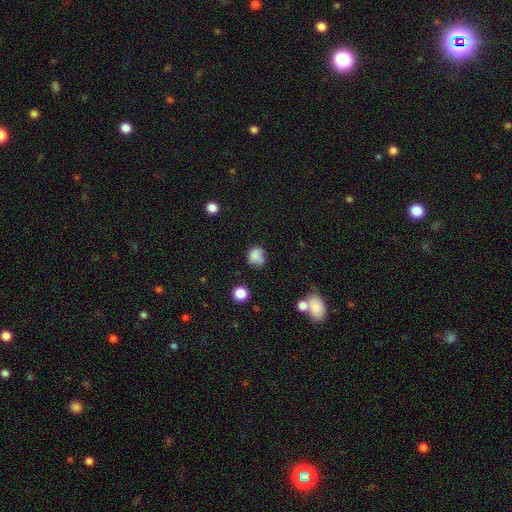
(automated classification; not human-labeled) Smooth or featured? Predicted: smooth (p=0.78). How rounded? Predicted: round (p=0.69). Merging? Predicted: none (p=0.53).